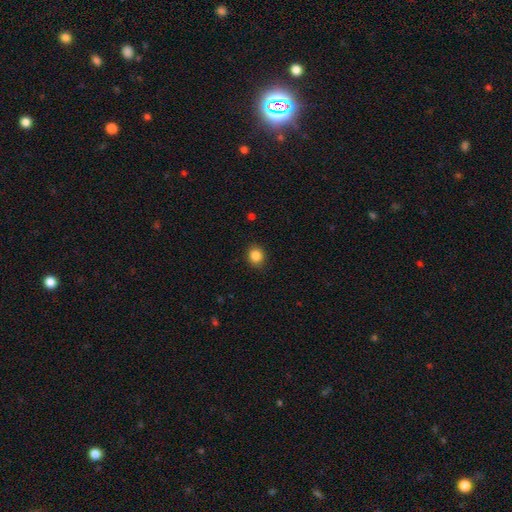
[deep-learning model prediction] smooth_or_featured: smooth (p=0.85) [alt: star or artifact p=0.10]
how_rounded: round (p=0.75) [alt: in between p=0.24]
merging: none (p=0.89) [alt: minor disturbance p=0.08]